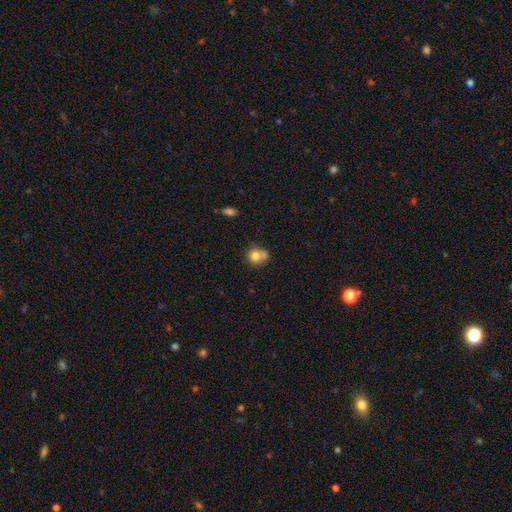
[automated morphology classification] smooth 75%, featured or disk 14%, star or artifact 10%. Down the decision tree: how rounded — round (74%); merging — merger (40%).